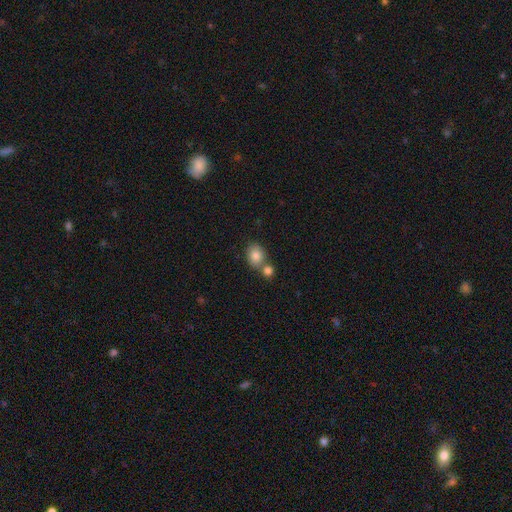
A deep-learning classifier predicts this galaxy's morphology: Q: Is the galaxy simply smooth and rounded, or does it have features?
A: smooth — 83%.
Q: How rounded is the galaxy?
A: in between — 54%.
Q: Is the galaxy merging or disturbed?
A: none — 48%.